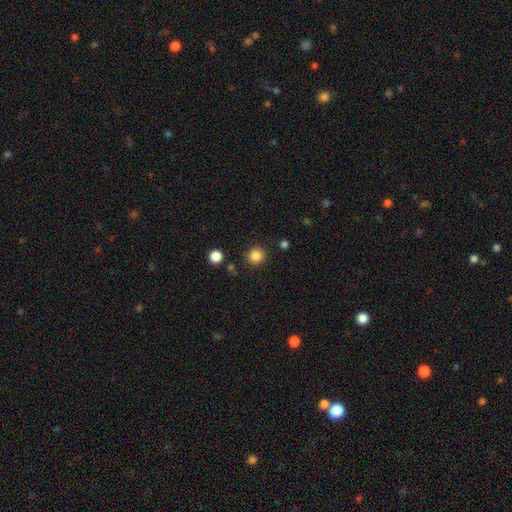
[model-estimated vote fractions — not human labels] Smooth or featured? smooth (85%)
How rounded? round (88%)
Merging? none (88%)